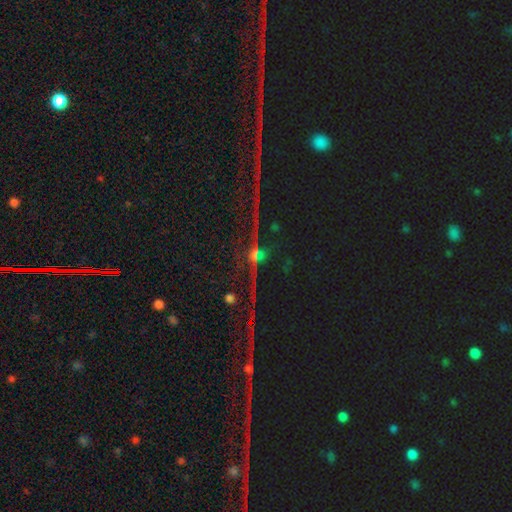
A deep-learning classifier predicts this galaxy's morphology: A star or artifact, not a galaxy (60%).

Vote fractions:
- Smooth or featured? star or artifact: 60% / featured or disk: 28% / smooth: 12%